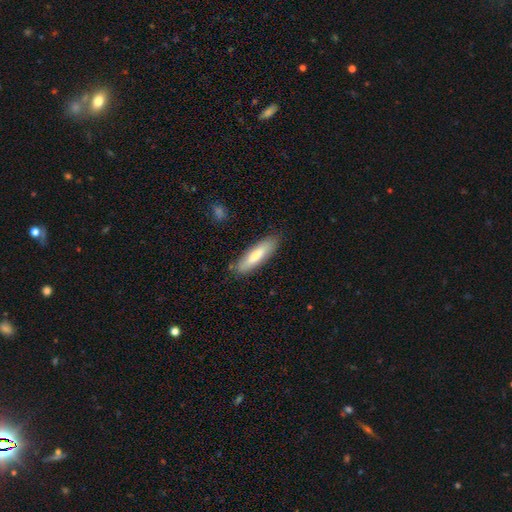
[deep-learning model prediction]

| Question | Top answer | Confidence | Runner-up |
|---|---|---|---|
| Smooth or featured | smooth | 76% | featured or disk (19%) |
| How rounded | cigar-shaped | 70% | in between (29%) |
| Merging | none | 84% | minor disturbance (12%) |